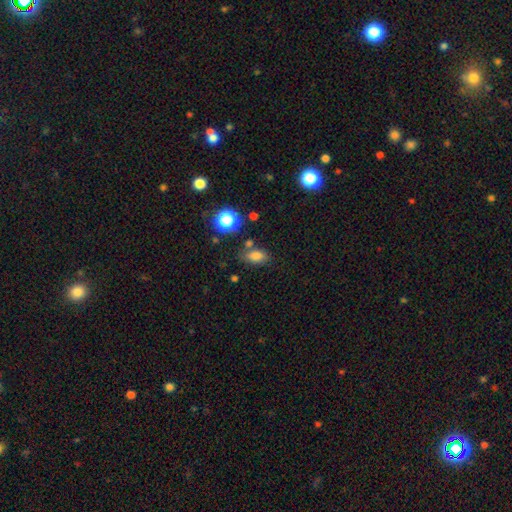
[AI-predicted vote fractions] Morphology: type=smooth (79%); roundness=in between (81%); merging=none (70%).